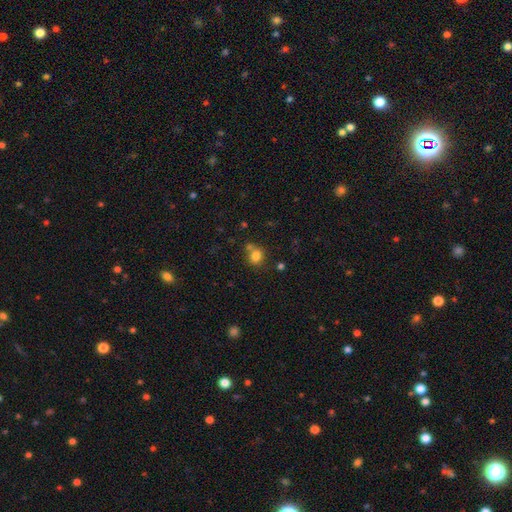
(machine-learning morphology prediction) smooth 81%, star or artifact 13%, featured or disk 7%. Down the decision tree: how rounded — round (77%); merging — none (62%).